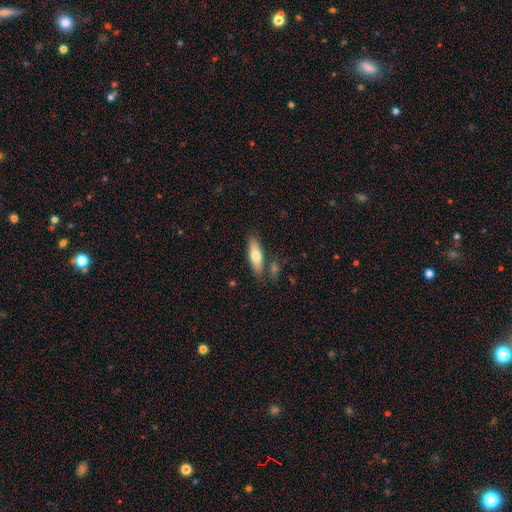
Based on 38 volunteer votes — Overall: smooth (79%). How rounded: cigar-shaped (70%; in between 30%). Merging: none (81%).